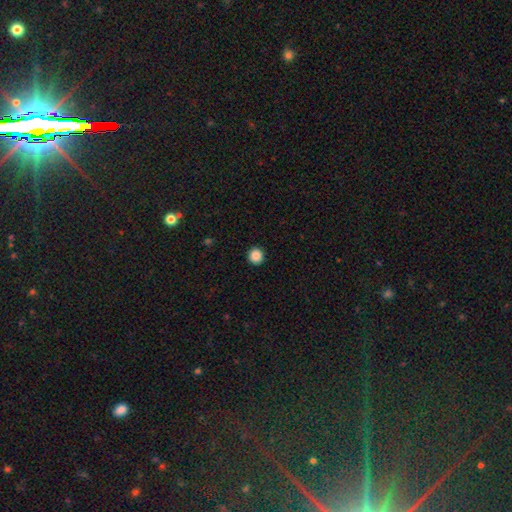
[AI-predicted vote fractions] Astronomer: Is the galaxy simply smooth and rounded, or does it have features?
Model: smooth — 88%.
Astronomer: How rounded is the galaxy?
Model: round — 95%.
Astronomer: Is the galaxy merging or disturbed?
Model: none — 93%.